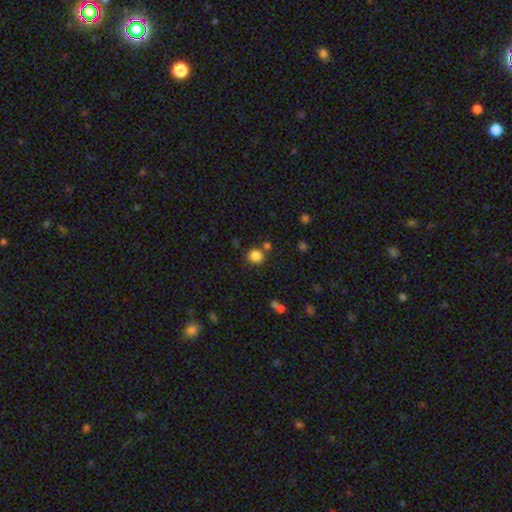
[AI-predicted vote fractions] Morphology: type=smooth (83%); roundness=round (83%); merging=none (72%).